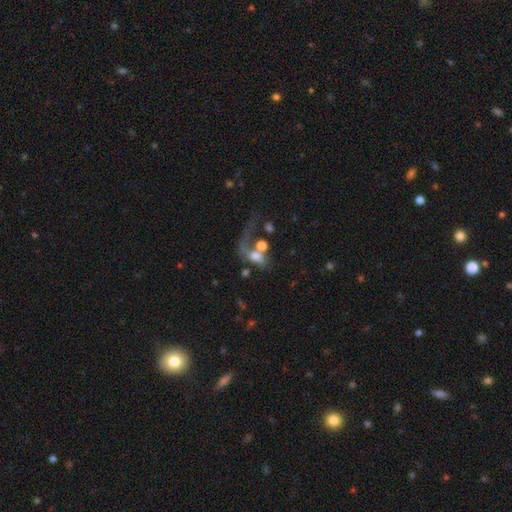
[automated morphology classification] A smooth galaxy with no disk features (47%). Merging: merger (43%).